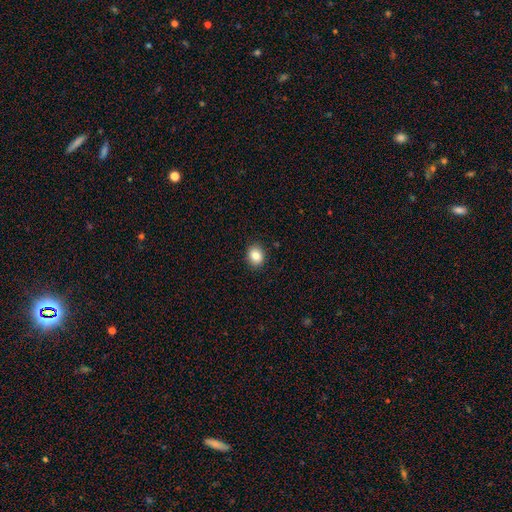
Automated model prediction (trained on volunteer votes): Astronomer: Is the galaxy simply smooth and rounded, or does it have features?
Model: smooth — 84%.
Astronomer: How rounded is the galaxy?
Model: round — 63%.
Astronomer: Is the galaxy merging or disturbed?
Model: none — 90%.